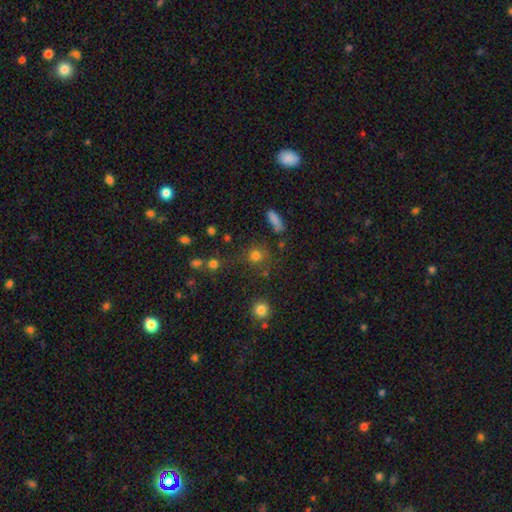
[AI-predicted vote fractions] Smooth or featured?
  - smooth: 75% *
  - star or artifact: 18%
  - featured or disk: 7%
How rounded?
  - round: 87% *
  - in between: 11%
  - cigar-shaped: 2%
Merging?
  - none: 75% *
  - minor disturbance: 12%
  - merger: 8%
  - major disturbance: 5%